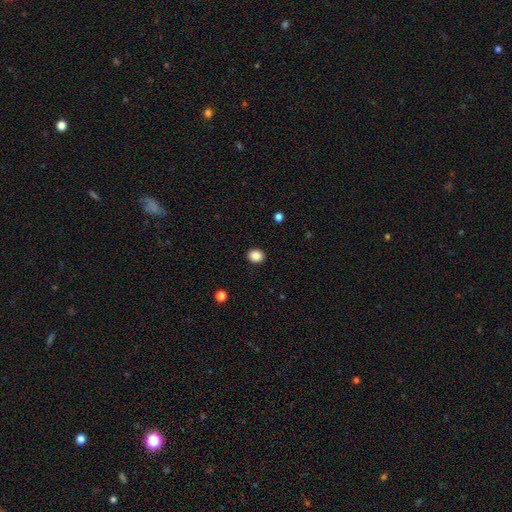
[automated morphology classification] This is clearly a smooth galaxy (87%). How rounded: likely round (60%). Merging: clearly none (91%).